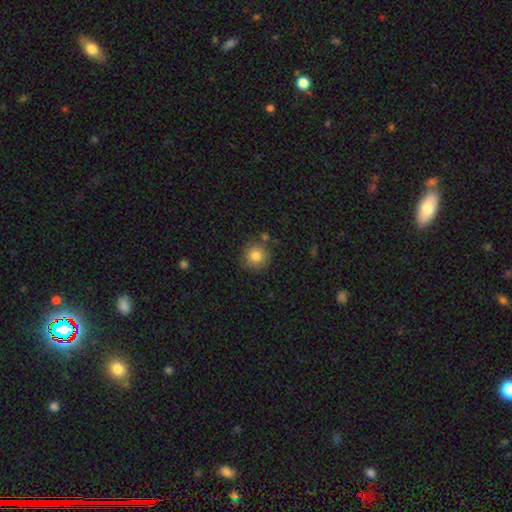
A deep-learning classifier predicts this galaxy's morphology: Overall: smooth (82%). How rounded: round (93%). Merging: none (81%).